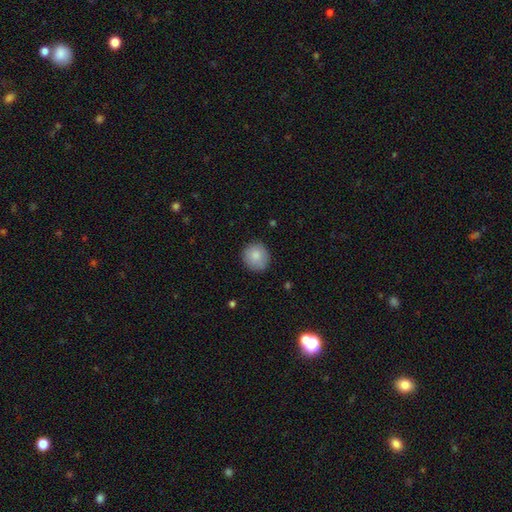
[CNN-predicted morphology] smooth-or-featured: smooth: 86% | star or artifact: 7% | featured or disk: 7%
  how-rounded: round: 91% | in between: 8% | cigar-shaped: 1%
  merging: none: 87% | minor disturbance: 10% | major disturbance: 2% | merger: 1%